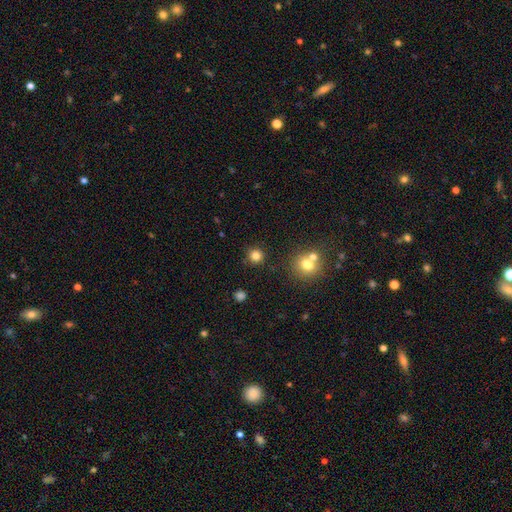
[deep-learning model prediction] This is clearly a smooth galaxy (81%). How rounded: clearly round (94%). Merging: clearly none (86%).